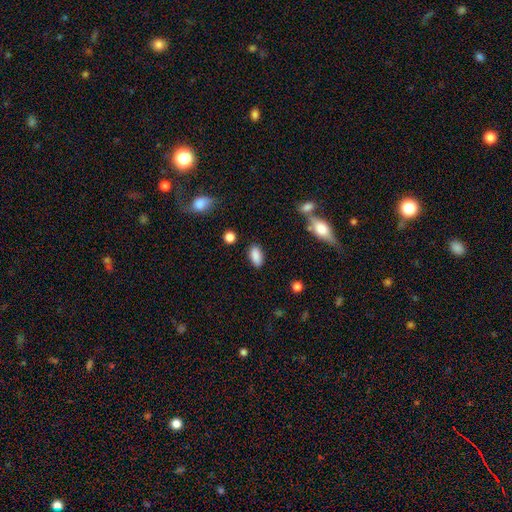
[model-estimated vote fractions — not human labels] This appears to be a smooth galaxy with no disk features (88%) that is in between round and cigar-shaped (90%). Merging: none (84%).